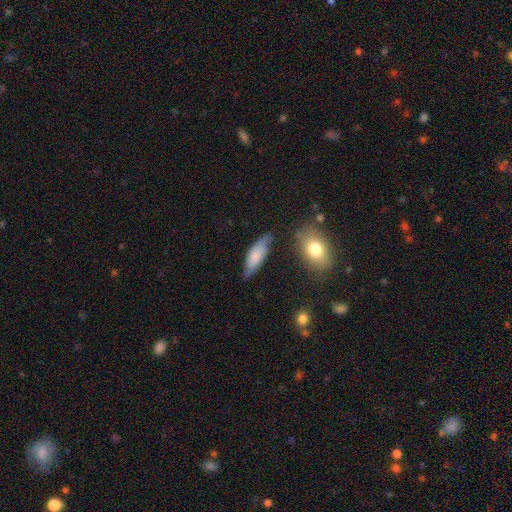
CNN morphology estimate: smooth 68%, featured or disk 26%, star or artifact 7%. Down the decision tree: how rounded — in between (58%); merging — none (64%).